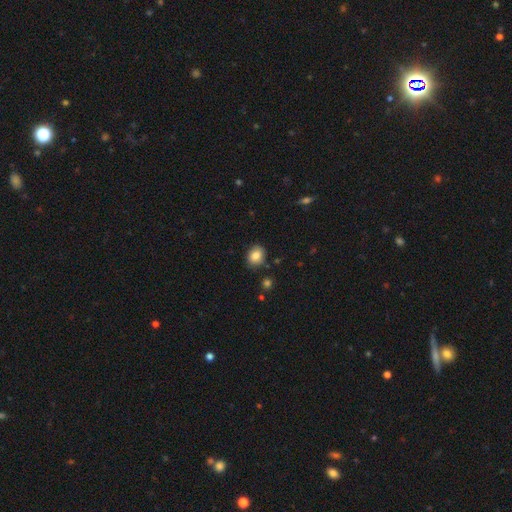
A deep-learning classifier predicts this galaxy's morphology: Smooth or featured? smooth (84%)
How rounded? round (51%)
Merging? none (84%)